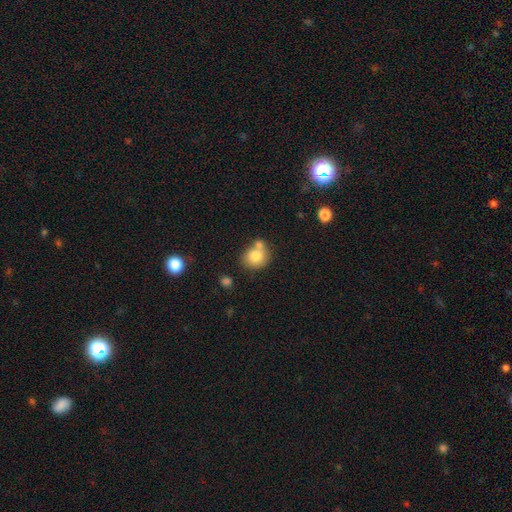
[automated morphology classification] The model was most divided on "merging": none: 47%, merger: 36%, minor disturbance: 13%, major disturbance: 4%. More confident: smooth or featured — smooth (79%); how rounded — round (70%).